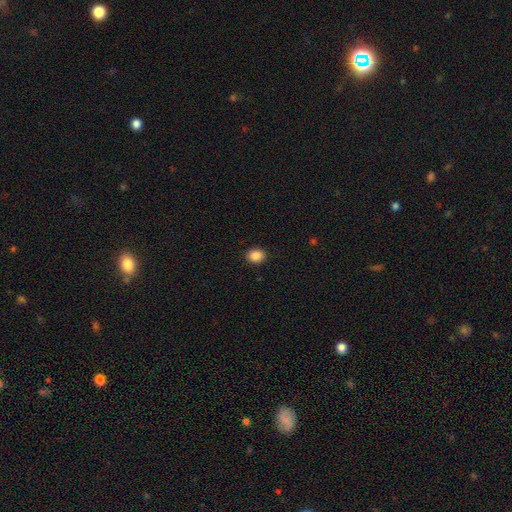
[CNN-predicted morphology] A smooth galaxy with no disk features (88%) that is round (52%).

Vote fractions:
- Smooth or featured? smooth: 88% / star or artifact: 9% / featured or disk: 3%
- How rounded? round: 52% / in between: 47% / cigar-shaped: 1%
- Merging? none: 91% / minor disturbance: 6% / major disturbance: 2% / merger: 1%